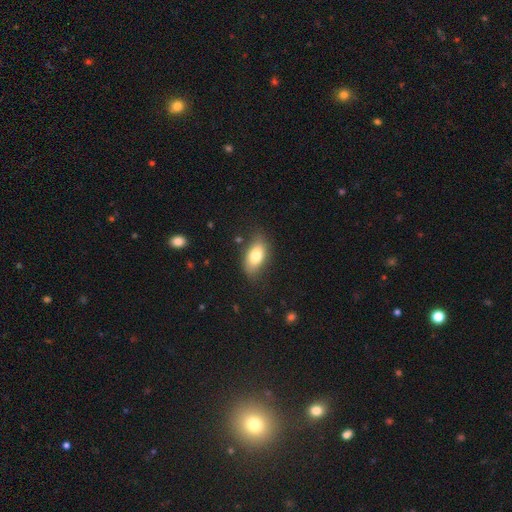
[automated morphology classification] Q: Smooth or featured?
A: smooth (78%); runner-up: featured or disk (15%)
Q: How rounded?
A: in between (90%); runner-up: round (5%)
Q: Merging?
A: none (77%); runner-up: minor disturbance (17%)